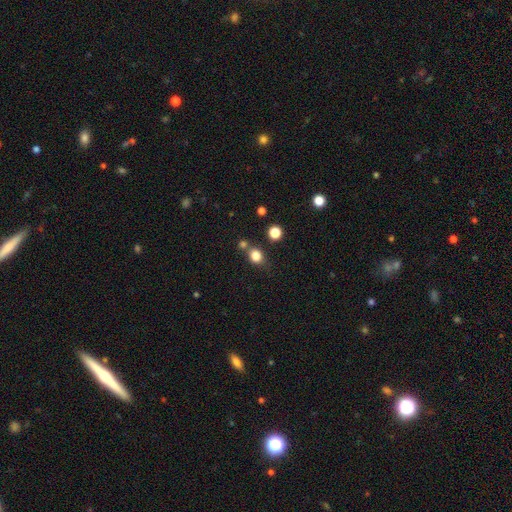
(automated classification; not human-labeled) smooth 82%, star or artifact 12%, featured or disk 6%. Down the decision tree: how rounded — round (65%); merging — none (65%).